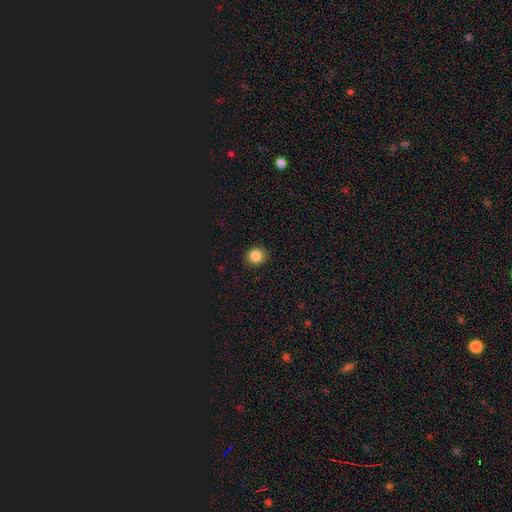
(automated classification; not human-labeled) smooth 85%, star or artifact 11%, featured or disk 4%. Down the decision tree: how rounded — round (87%); merging — none (90%).